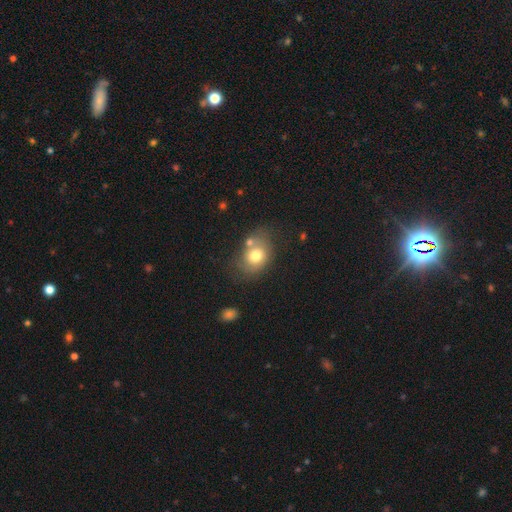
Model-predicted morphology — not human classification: type=smooth (70%); roundness=in between (62%); merging=none (53%).